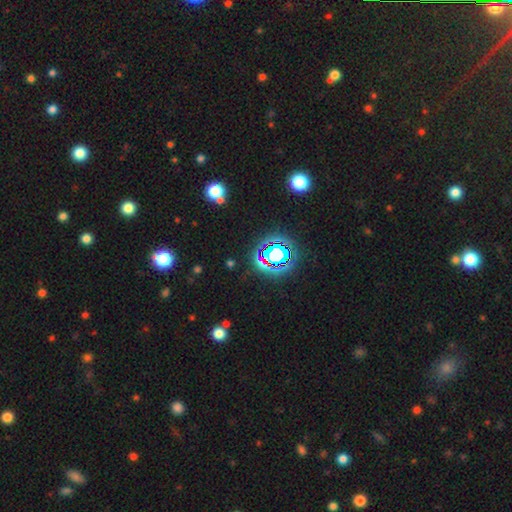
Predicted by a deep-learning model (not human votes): star or artifact 76%, smooth 16%, featured or disk 8%.